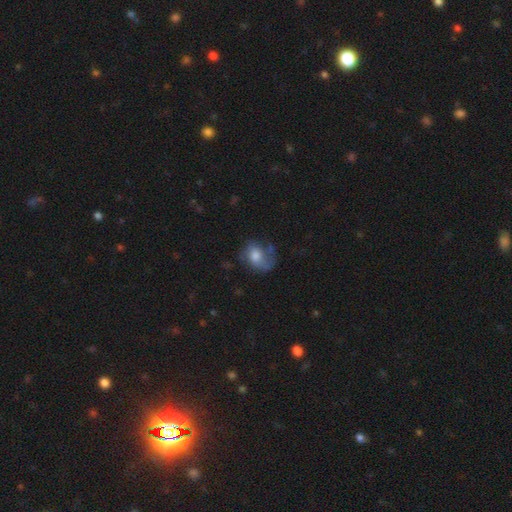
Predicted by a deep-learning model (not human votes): Smooth or featured?
  - smooth: 51% *
  - featured or disk: 40%
  - star or artifact: 9%
How rounded?
  - in between: 56% *
  - round: 42%
  - cigar-shaped: 1%
Merging?
  - none: 43% *
  - major disturbance: 27%
  - minor disturbance: 26%
  - merger: 4%